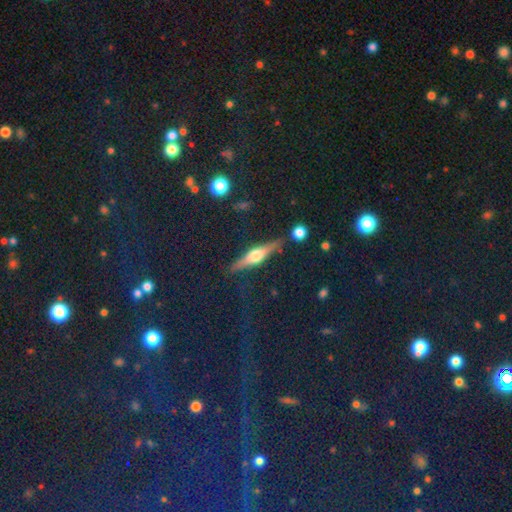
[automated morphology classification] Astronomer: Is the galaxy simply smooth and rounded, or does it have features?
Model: featured or disk — 64%.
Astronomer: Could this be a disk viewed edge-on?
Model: yes — 94%.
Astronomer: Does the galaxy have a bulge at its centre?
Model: rounded — 90%.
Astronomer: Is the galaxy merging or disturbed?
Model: none — 85%.